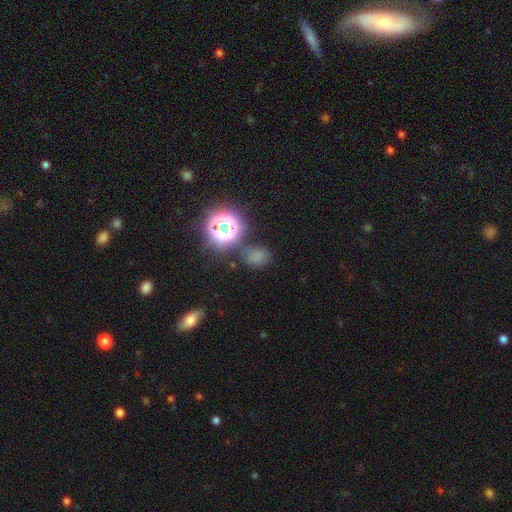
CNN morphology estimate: Overall: smooth (62%; star or artifact 30%). How rounded: round (51%; in between 48%). Merging: none (64%).